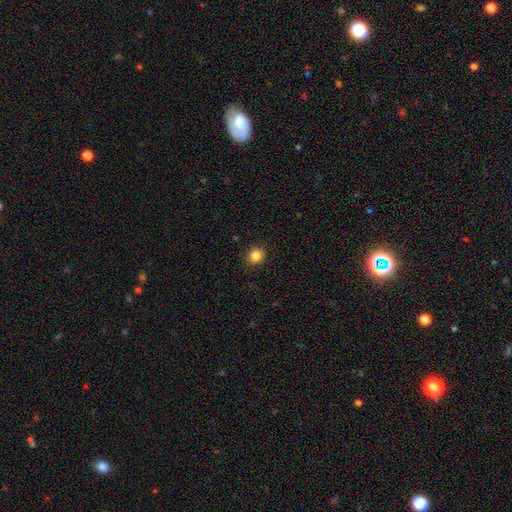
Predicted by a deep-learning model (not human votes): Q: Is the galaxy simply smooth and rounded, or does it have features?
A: smooth — 85%.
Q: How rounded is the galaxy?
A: round — 85%.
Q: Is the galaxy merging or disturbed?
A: none — 90%.